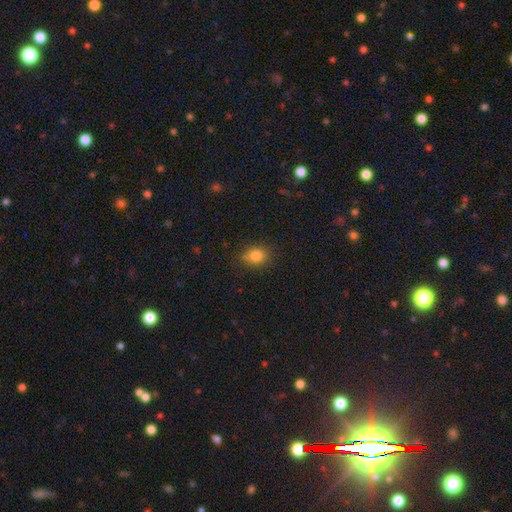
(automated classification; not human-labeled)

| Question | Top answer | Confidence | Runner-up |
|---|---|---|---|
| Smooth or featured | smooth | 79% | star or artifact (12%) |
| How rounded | in between | 49% | tied: round (49%) |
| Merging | none | 76% | minor disturbance (19%) |